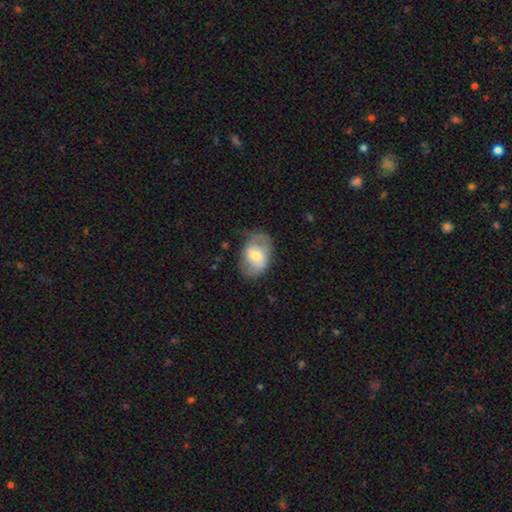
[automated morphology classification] Smooth or featured?
  - smooth: 55% *
  - featured or disk: 38%
  - star or artifact: 7%
How rounded?
  - in between: 79% *
  - round: 20%
  - cigar-shaped: 1%
Merging?
  - none: 56% *
  - minor disturbance: 28%
  - major disturbance: 15%
  - merger: 2%